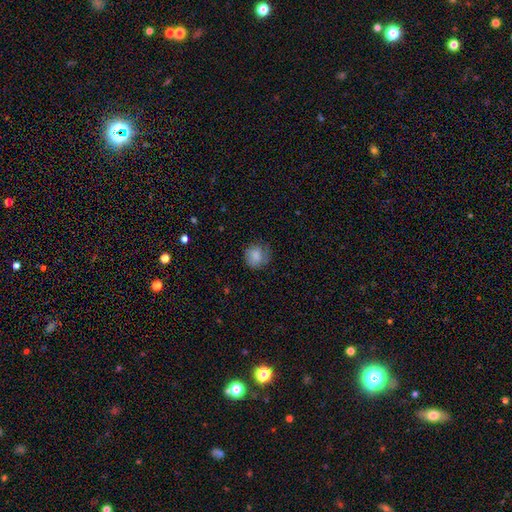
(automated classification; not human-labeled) A smooth galaxy with no disk features (83%) that is round (88%). Merging: none (73%).